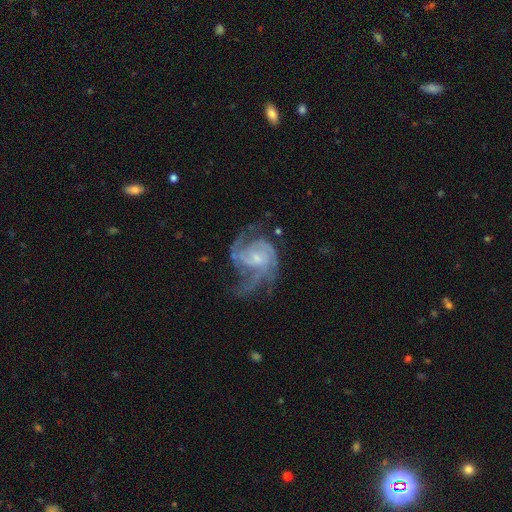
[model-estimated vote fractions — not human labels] smooth-or-featured: featured or disk: 88% | star or artifact: 6% | smooth: 5%
  disk-edge-on: no: 98% | yes: 2%
    bar: no: 58% | weak: 34% | strong: 9%
    has-spiral-arms: yes: 97% | no: 3%
      spiral-winding: medium: 50% | tight: 35% | loose: 15%
      spiral-arm-count: 3: 39% | 2: 27% | can't tell: 12% | 4: 10% | 1: 6% | more than 4: 6%
    bulge-size: small: 61% | moderate: 29% | none: 6% | large: 3% | dominant: 1%
  merging: none: 61% | major disturbance: 19% | minor disturbance: 19% | merger: 2%